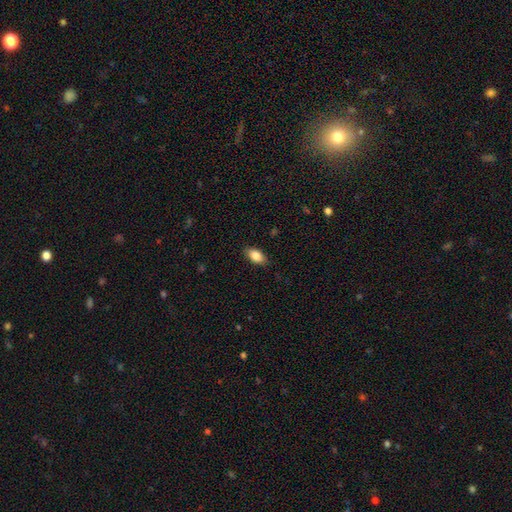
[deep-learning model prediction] Smooth or featured? Predicted: smooth (p=0.83). How rounded? Predicted: in between (p=0.89). Merging? Predicted: none (p=0.85).